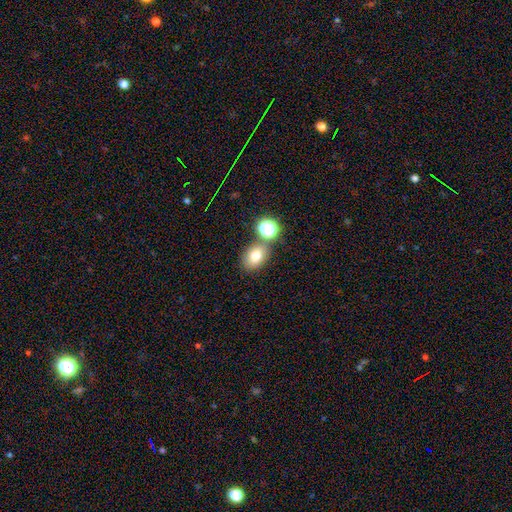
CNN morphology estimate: type=smooth (76%); roundness=in between (64%); merging=none (68%).